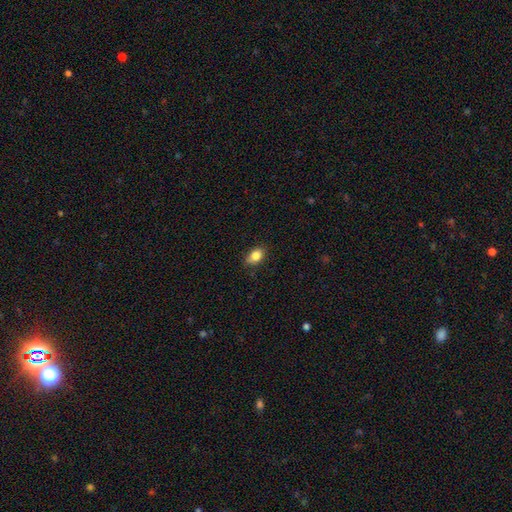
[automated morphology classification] smooth 84%, star or artifact 9%, featured or disk 7%. Down the decision tree: how rounded — in between (82%); merging — none (80%).